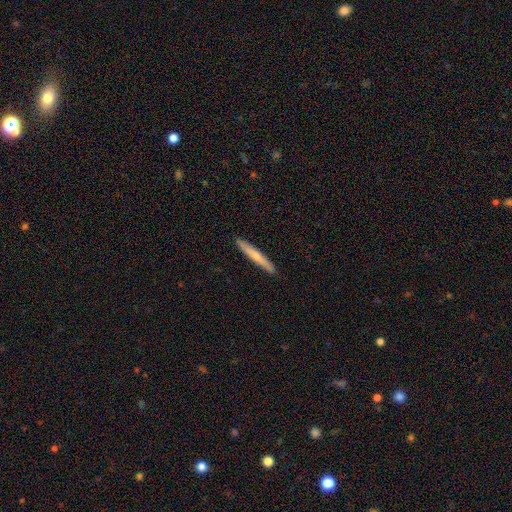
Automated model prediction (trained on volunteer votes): Smooth or featured? Predicted: smooth (p=0.61). How rounded? Predicted: cigar-shaped (p=0.96). Merging? Predicted: none (p=0.92).